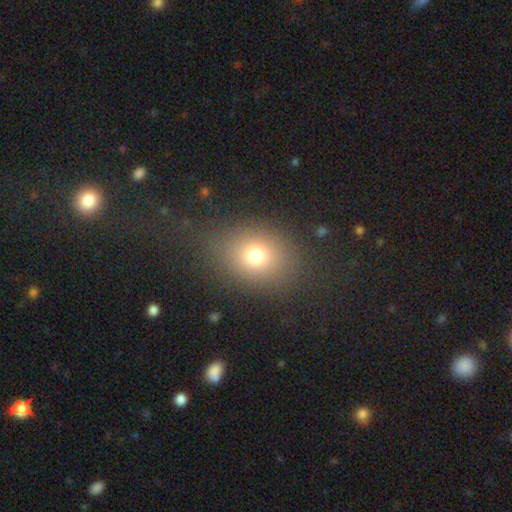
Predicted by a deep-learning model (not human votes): smooth 73%, star or artifact 16%, featured or disk 11%. Down the decision tree: how rounded — in between (50%); merging — none (77%).